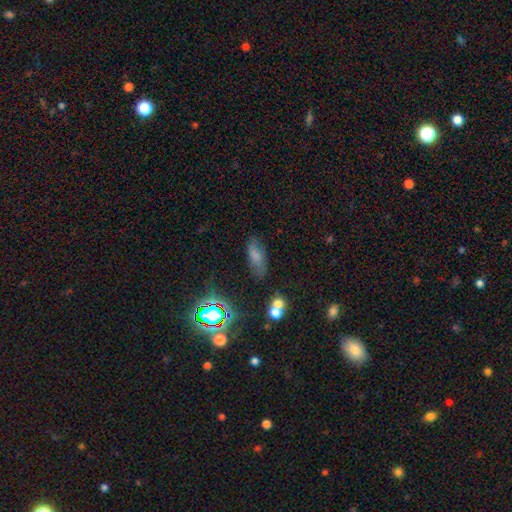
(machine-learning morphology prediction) The model was most divided on "smooth or featured": smooth: 64%, featured or disk: 19%, star or artifact: 17%. More confident: how rounded — in between (78%); merging — none (70%).